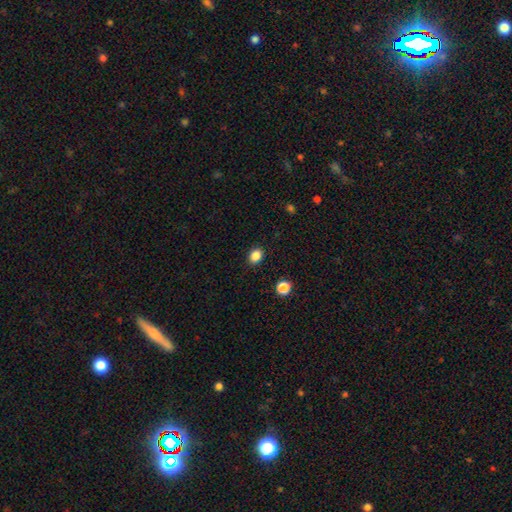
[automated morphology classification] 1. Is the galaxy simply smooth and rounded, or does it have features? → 86% smooth, 11% star or artifact, 3% featured or disk.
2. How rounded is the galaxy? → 57% in between, 42% round, 1% cigar-shaped.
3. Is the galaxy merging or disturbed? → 89% none, 8% minor disturbance, 2% major disturbance, 1% merger.